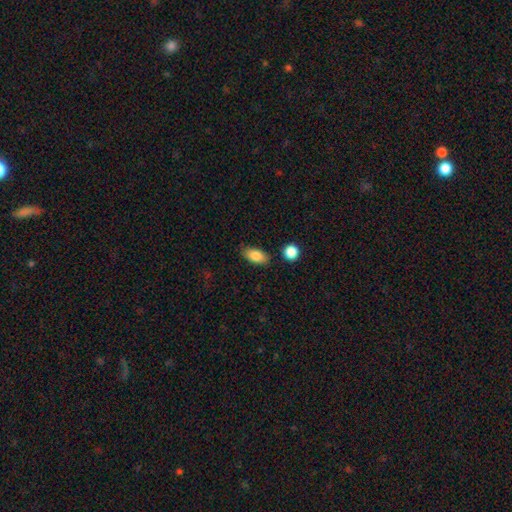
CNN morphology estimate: This appears to be a smooth galaxy with no disk features (85%) that is in between round and cigar-shaped (89%). Merging: none (82%).